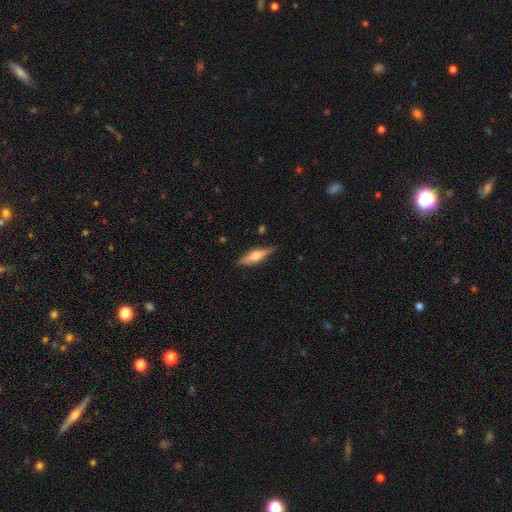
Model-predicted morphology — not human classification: Smooth or featured?
  - featured or disk: 56% *
  - smooth: 38%
  - star or artifact: 6%
Edge-on disk?
  - yes: 94% *
  - no: 6%
Edge-on bulge?
  - rounded: 88% *
  - boxy: 9%
  - none: 3%
Merging?
  - none: 84% *
  - minor disturbance: 12%
  - major disturbance: 3%
  - merger: 1%